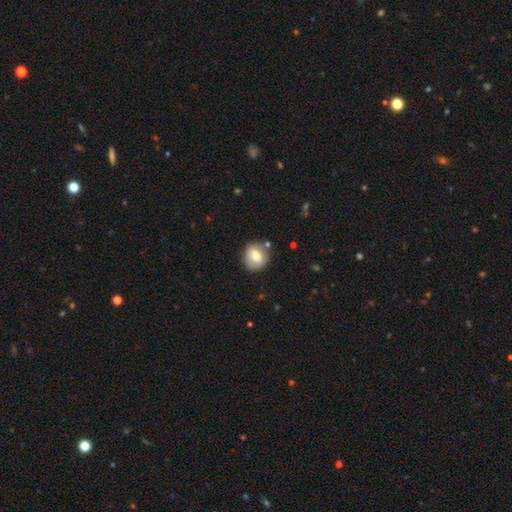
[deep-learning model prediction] smooth_or_featured: smooth (p=0.70) [alt: featured or disk p=0.22]
how_rounded: round (p=0.78) [alt: in between p=0.21]
merging: none (p=0.77) [alt: minor disturbance p=0.14]